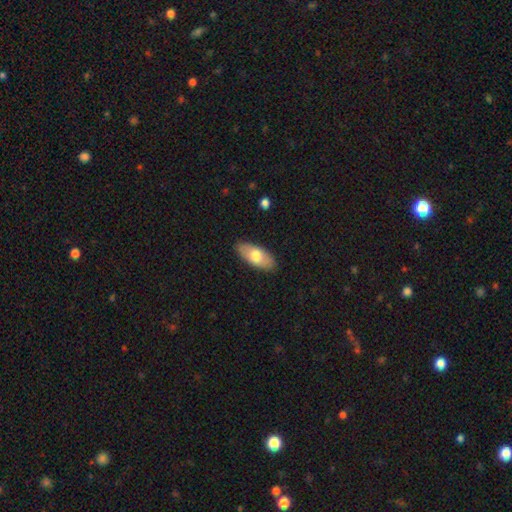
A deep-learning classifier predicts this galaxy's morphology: A smooth galaxy with no disk features (68%) that is in between round and cigar-shaped (89%).

Vote fractions:
- Smooth or featured? smooth: 68% / featured or disk: 26% / star or artifact: 6%
- How rounded? in between: 89% / cigar-shaped: 8% / round: 3%
- Merging? none: 87% / minor disturbance: 10% / major disturbance: 2% / merger: 1%